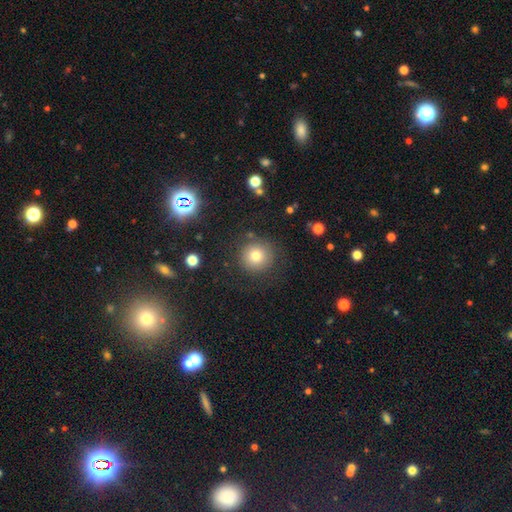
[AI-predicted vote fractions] Smooth or featured: smooth — 74% (star or artifact — 14%)
How rounded: round — 94% (in between — 5%)
Merging: none — 82% (minor disturbance — 10%)